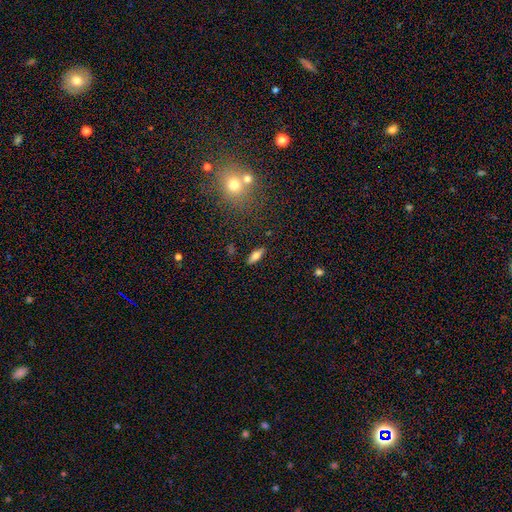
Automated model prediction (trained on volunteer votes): Q: Smooth or featured?
A: smooth (69%); runner-up: featured or disk (22%)
Q: How rounded?
A: in between (65%); runner-up: cigar-shaped (32%)
Q: Merging?
A: none (87%); runner-up: minor disturbance (9%)